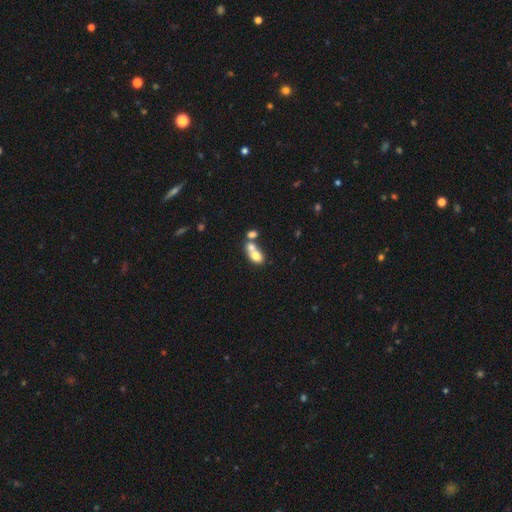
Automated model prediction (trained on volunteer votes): smooth 69%, featured or disk 22%, star or artifact 10%. Down the decision tree: how rounded — in between (71%); merging — merger (66%).